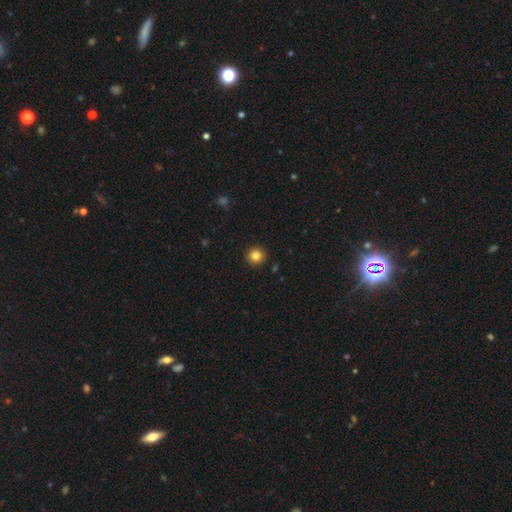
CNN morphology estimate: Smooth or featured?
  - smooth: 84% *
  - star or artifact: 11%
  - featured or disk: 5%
How rounded?
  - round: 95% *
  - in between: 4%
  - cigar-shaped: 1%
Merging?
  - none: 93% *
  - minor disturbance: 5%
  - major disturbance: 2%
  - merger: 1%